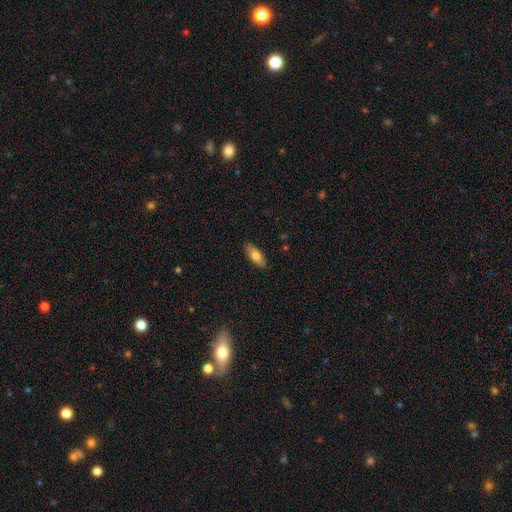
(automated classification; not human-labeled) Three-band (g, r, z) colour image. It shows a smooth galaxy with no disk features (77%) that is in between round and cigar-shaped (78%). Merging: none (87%).